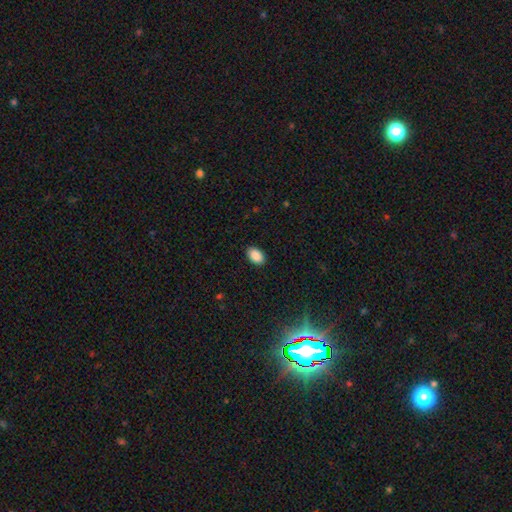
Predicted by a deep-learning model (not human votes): This is clearly a smooth galaxy (89%). How rounded: clearly in between (89%). Merging: clearly none (89%).